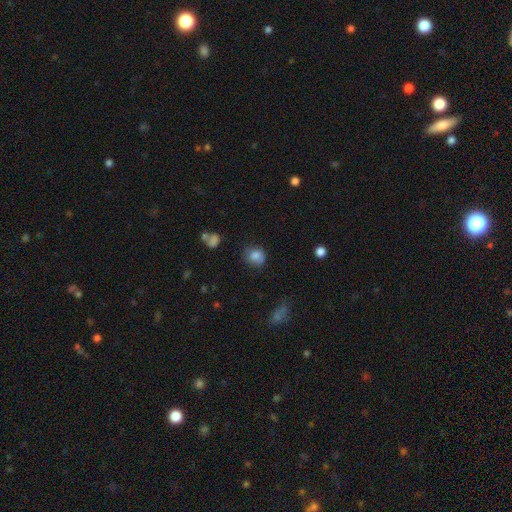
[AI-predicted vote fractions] Morphology: type=smooth (82%); roundness=round (74%); merging=none (69%).